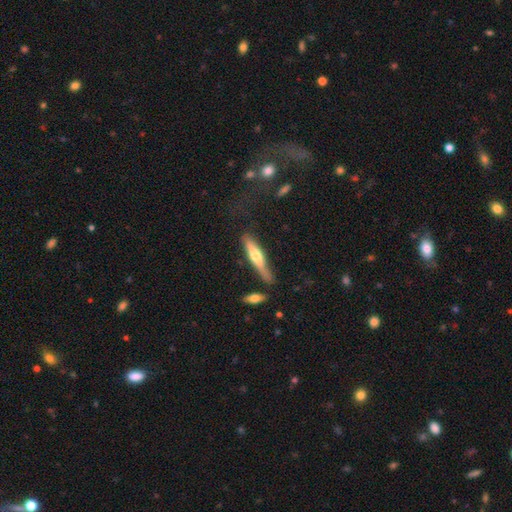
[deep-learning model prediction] This appears to be a smooth galaxy with no disk features (48%). Merging: none (66%).